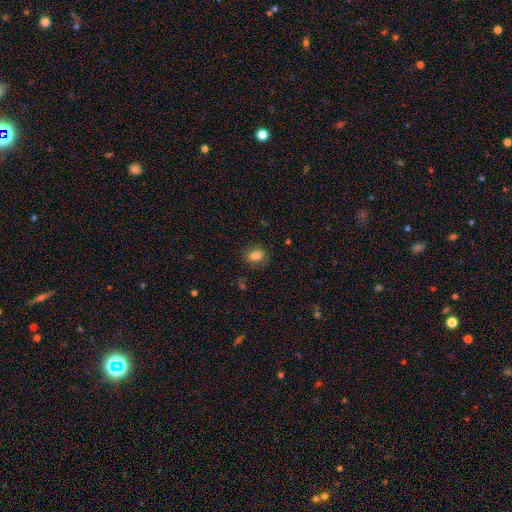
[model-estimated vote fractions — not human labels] Smooth or featured? smooth (76%)
How rounded? in between (72%)
Merging? none (77%)